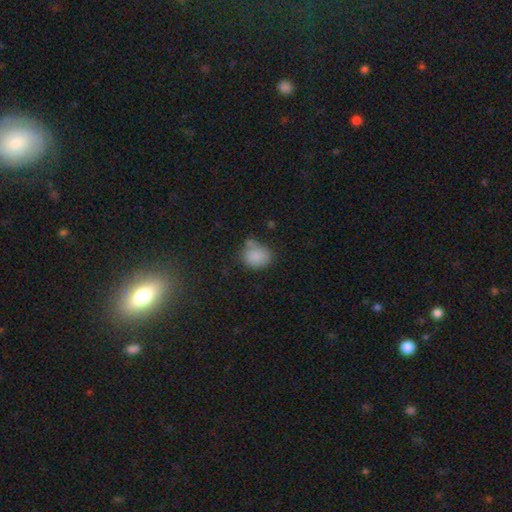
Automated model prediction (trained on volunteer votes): This is clearly a smooth galaxy (84%). How rounded: likely round (62%). Merging: possibly none (54%).